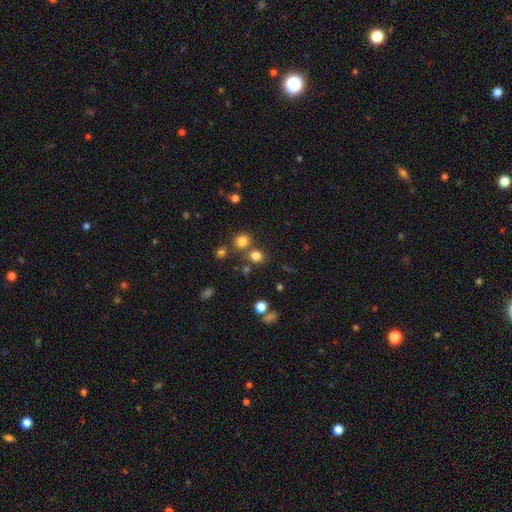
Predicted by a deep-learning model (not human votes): Overall: smooth (78%). How rounded: round (78%). Merging: none (67%).